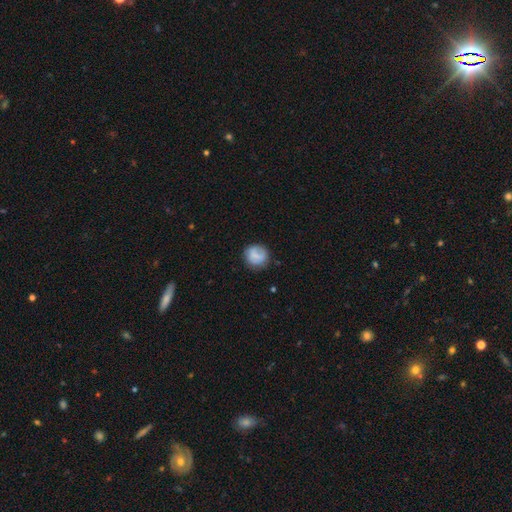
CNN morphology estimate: Smooth or featured? Predicted: smooth (p=0.65). How rounded? Predicted: round (p=0.87). Merging? Predicted: none (p=0.76).